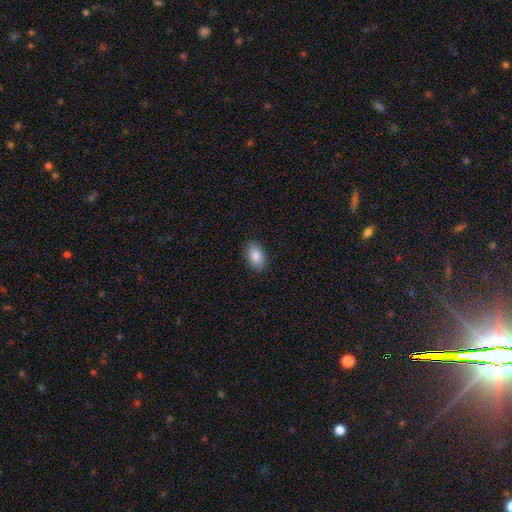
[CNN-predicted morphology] Smooth or featured? smooth (88%)
How rounded? in between (92%)
Merging? none (87%)